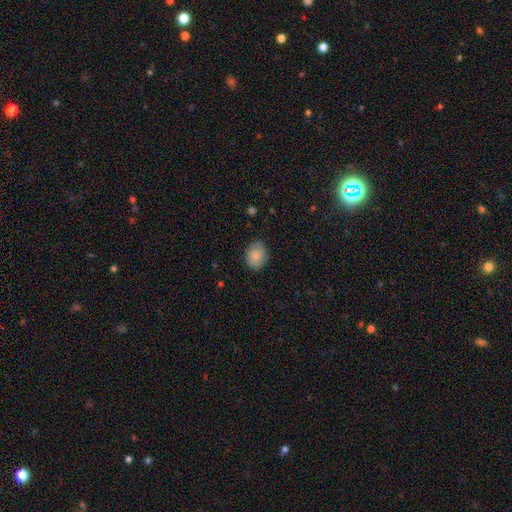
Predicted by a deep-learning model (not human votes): Smooth or featured? smooth (85%)
How rounded? in between (55%)
Merging? none (82%)